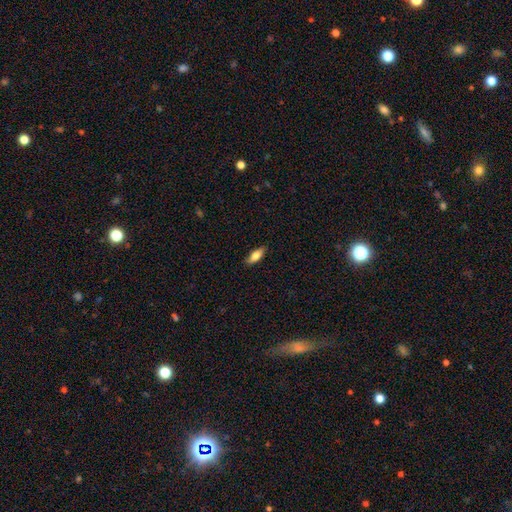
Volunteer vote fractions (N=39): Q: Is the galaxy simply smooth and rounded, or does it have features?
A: smooth — 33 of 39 (85%).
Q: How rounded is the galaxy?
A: in between — 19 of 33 (58%).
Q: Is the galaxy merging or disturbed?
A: none — 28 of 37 (76%).